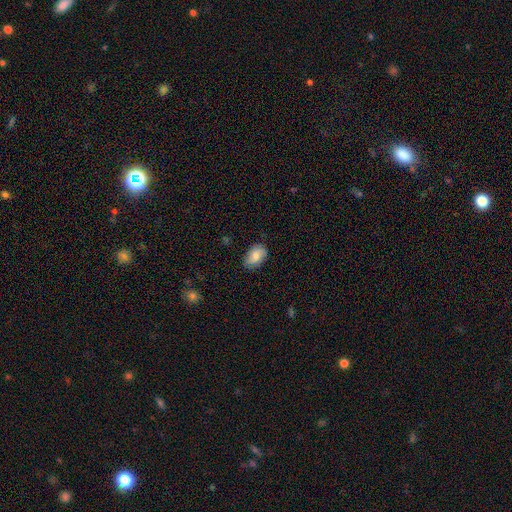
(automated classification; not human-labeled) The model was most divided on "merging": none: 76%, minor disturbance: 19%, major disturbance: 4%, merger: 1%. More confident: how rounded — in between (88%); smooth or featured — smooth (80%).